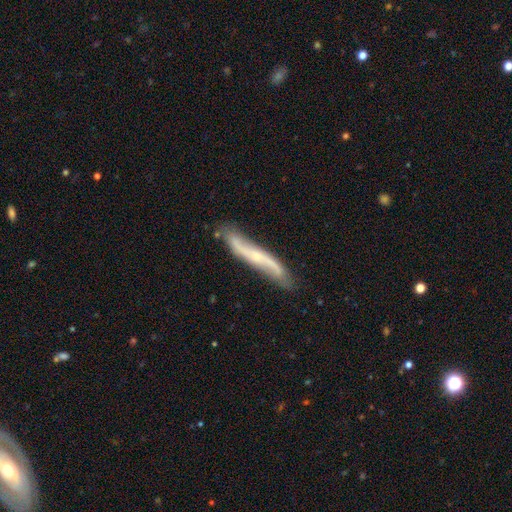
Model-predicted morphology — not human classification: Q: Smooth or featured?
A: featured or disk (78%); runner-up: smooth (16%)
Q: Edge-on disk?
A: no (61%); runner-up: yes (39%)
Q: Merging?
A: none (76%); runner-up: minor disturbance (17%)